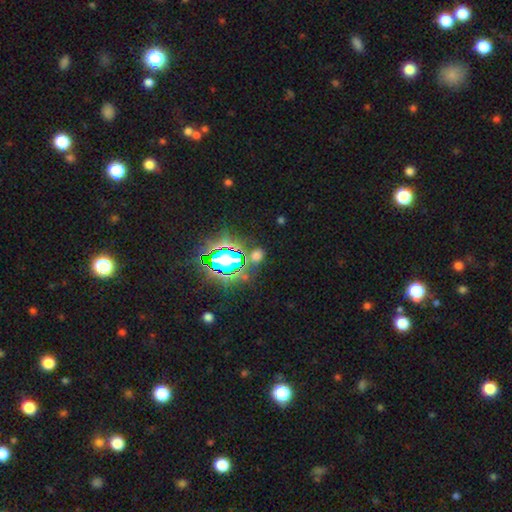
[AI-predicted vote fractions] Q: Smooth or featured?
A: star or artifact (51%); runner-up: smooth (41%)